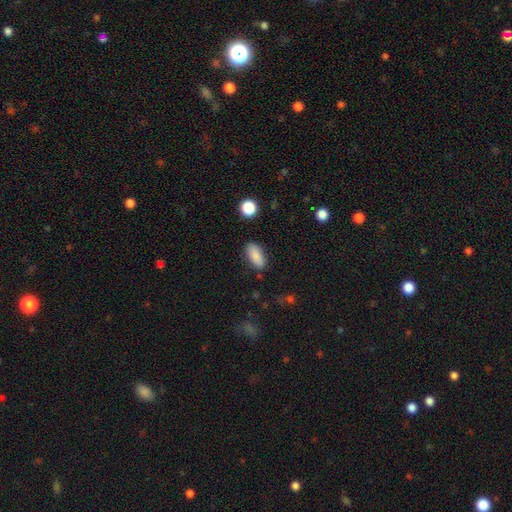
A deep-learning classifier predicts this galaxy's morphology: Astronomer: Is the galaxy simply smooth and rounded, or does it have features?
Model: smooth — 86%.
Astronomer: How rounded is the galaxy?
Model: in between — 86%.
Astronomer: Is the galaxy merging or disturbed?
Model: none — 84%.